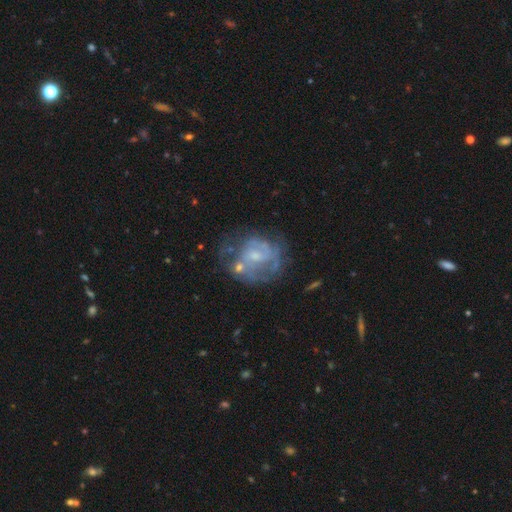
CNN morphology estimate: This appears to be a featured or disk galaxy (71%) with no bar (54%), spiral arms (64%) and a small central bulge (51%). Merging: none (47%).